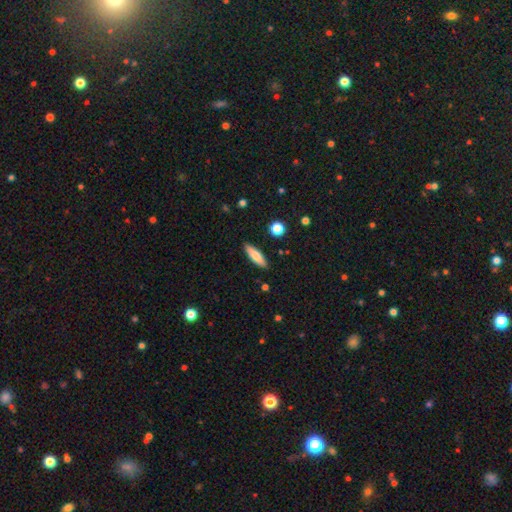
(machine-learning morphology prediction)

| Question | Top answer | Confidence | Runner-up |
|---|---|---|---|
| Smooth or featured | smooth | 72% | featured or disk (22%) |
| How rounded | cigar-shaped | 59% | in between (39%) |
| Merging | none | 88% | minor disturbance (8%) |